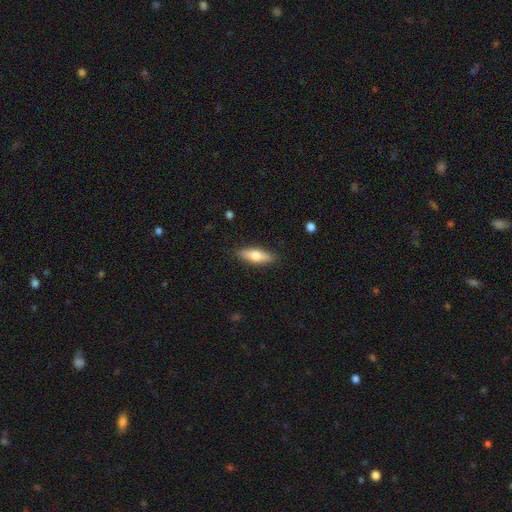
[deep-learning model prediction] Smooth or featured: smooth — 67% (featured or disk — 27%)
How rounded: in between — 53% (cigar-shaped — 44%)
Merging: none — 87% (minor disturbance — 10%)